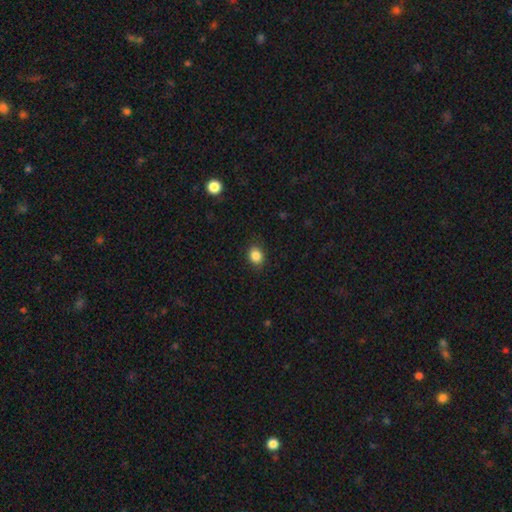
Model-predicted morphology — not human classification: Q: Smooth or featured?
A: smooth (86%); runner-up: star or artifact (10%)
Q: How rounded?
A: round (54%); runner-up: in between (45%)
Q: Merging?
A: none (85%); runner-up: minor disturbance (11%)